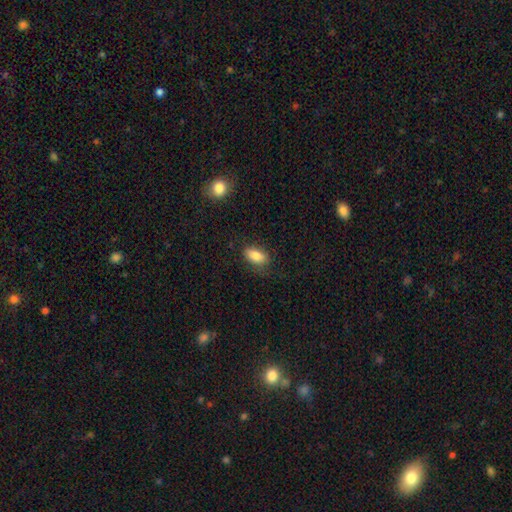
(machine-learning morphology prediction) Smooth or featured? Predicted: smooth (p=0.84). How rounded? Predicted: in between (p=0.90). Merging? Predicted: none (p=0.75).